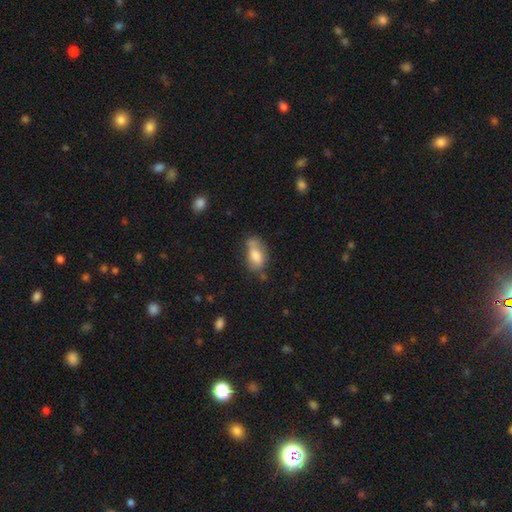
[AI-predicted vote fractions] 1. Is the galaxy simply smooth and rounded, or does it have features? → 76% smooth, 16% featured or disk, 8% star or artifact.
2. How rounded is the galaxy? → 88% in between, 6% round, 6% cigar-shaped.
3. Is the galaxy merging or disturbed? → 48% none, 29% minor disturbance, 13% merger, 10% major disturbance.